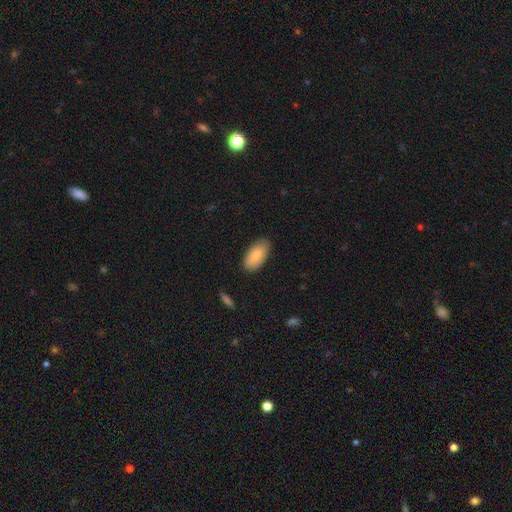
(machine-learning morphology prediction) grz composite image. It shows a smooth galaxy with no disk features (83%) that is in between round and cigar-shaped (93%). Merging: none (83%).